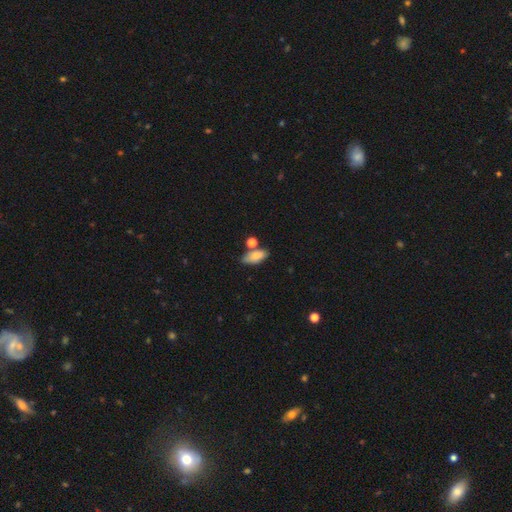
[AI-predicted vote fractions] Overall: smooth (76%). How rounded: in between (84%). Merging: none (64%).